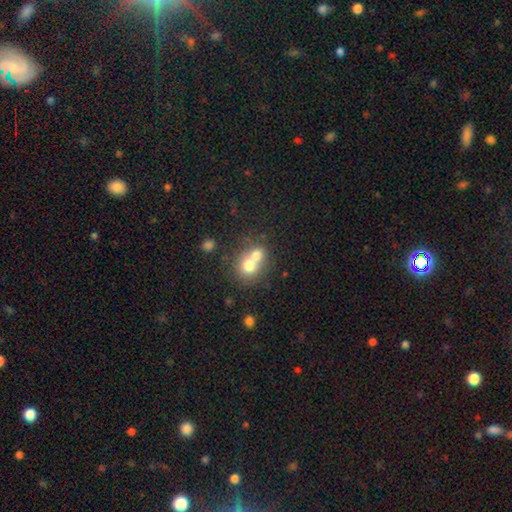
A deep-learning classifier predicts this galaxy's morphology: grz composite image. It shows a smooth galaxy with no disk features (70%) that is round (74%). Merging: merger (67%).